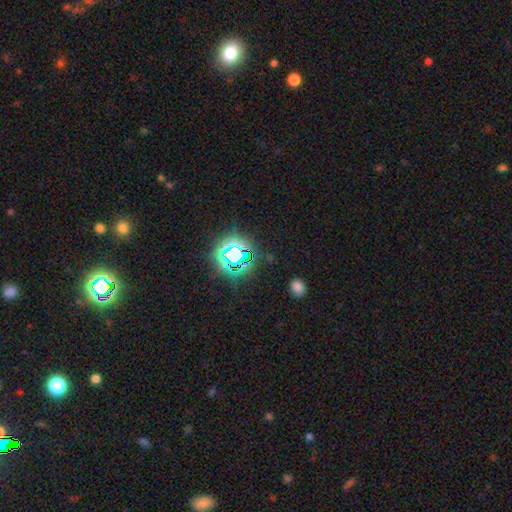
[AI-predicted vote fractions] smooth_or_featured: star or artifact (p=0.78) [alt: smooth p=0.15]